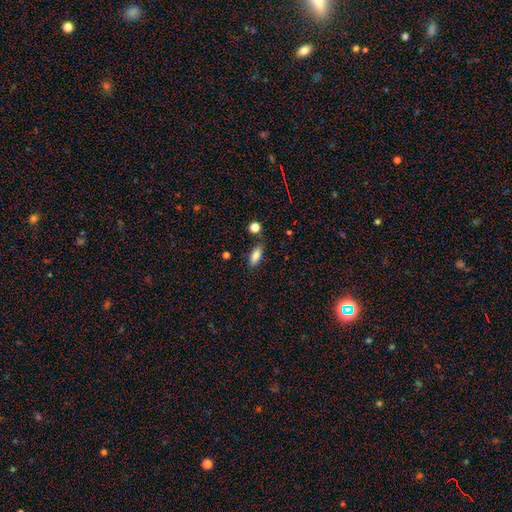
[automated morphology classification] Q: Smooth or featured?
A: smooth (84%); runner-up: star or artifact (8%)
Q: How rounded?
A: in between (79%); runner-up: cigar-shaped (17%)
Q: Merging?
A: none (79%); runner-up: minor disturbance (13%)